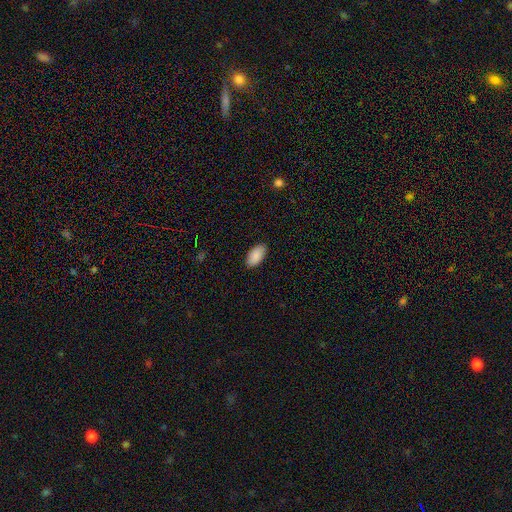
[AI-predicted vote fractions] This is clearly a smooth galaxy (90%). How rounded: clearly in between (95%). Merging: clearly none (88%).